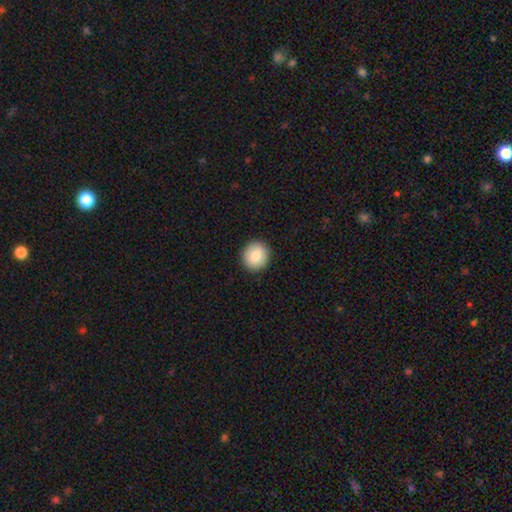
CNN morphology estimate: Q: Smooth or featured?
A: smooth (84%); runner-up: featured or disk (8%)
Q: How rounded?
A: round (86%); runner-up: in between (13%)
Q: Merging?
A: none (91%); runner-up: minor disturbance (6%)